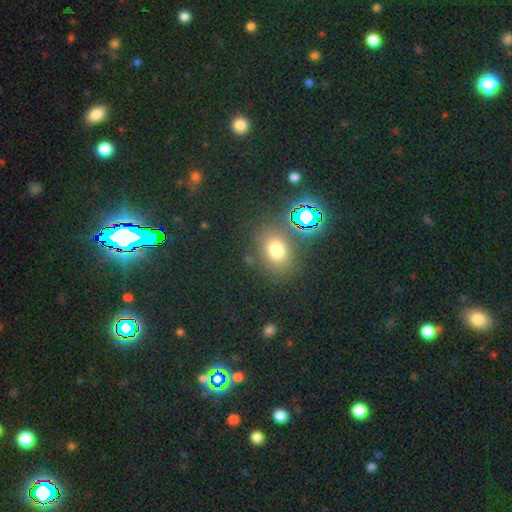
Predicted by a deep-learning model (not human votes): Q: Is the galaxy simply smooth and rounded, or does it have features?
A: smooth — 52%.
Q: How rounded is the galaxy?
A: in between — 51%.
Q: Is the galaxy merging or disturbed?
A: none — 84%.